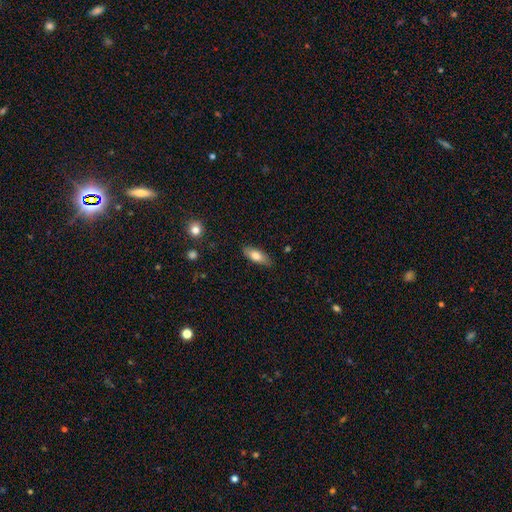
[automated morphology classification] Overall: smooth (76%). How rounded: in between (72%). Merging: none (84%).